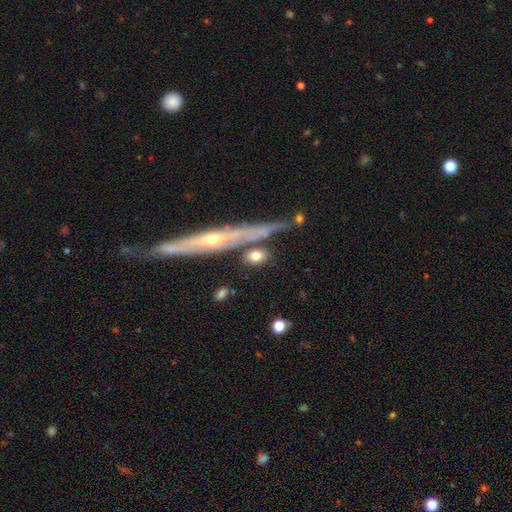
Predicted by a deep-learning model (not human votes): Smooth or featured? Predicted: smooth (p=0.69). How rounded? Predicted: in between (p=0.48). Merging? Predicted: none (p=0.70).